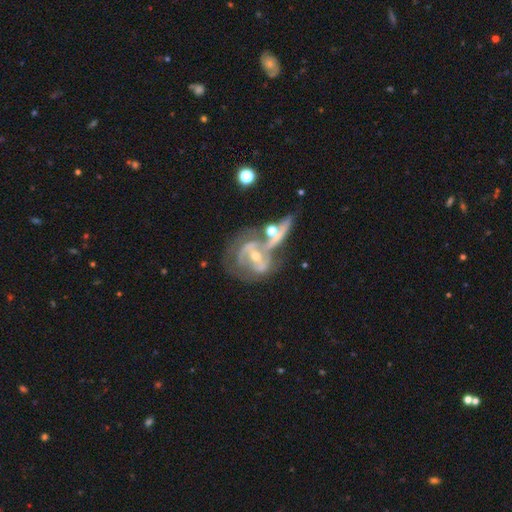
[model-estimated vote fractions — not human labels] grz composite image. It shows a featured or disk galaxy (65%) with no bar (40%), spiral arms (64%) and a small central bulge (56%). Merging: merger (50%).